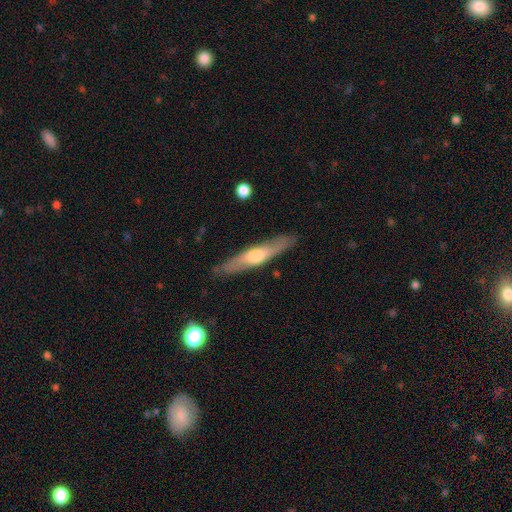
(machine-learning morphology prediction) Smooth or featured? featured or disk (59%)
Edge-on disk? yes (89%)
Edge-on bulge? rounded (85%)
Merging? none (86%)